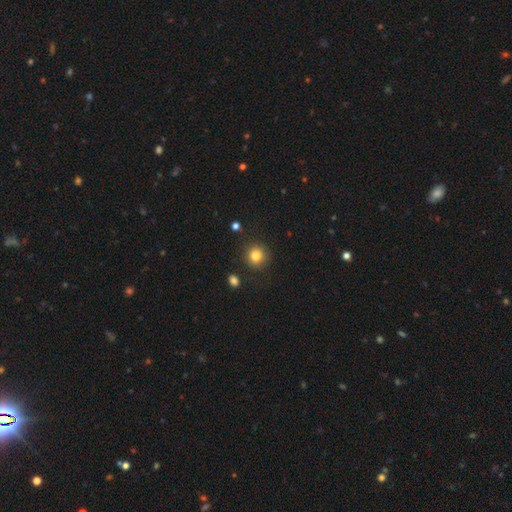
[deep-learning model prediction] Morphology: type=smooth (81%); roundness=round (92%); merging=none (88%).